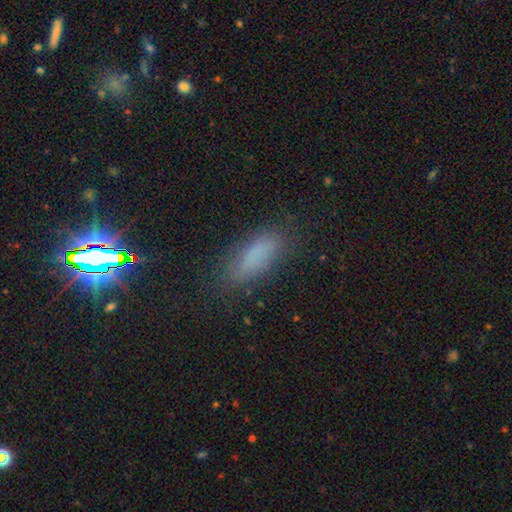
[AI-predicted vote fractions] Smooth or featured: smooth — 73% (star or artifact — 18%)
How rounded: in between — 67% (cigar-shaped — 30%)
Merging: none — 78% (minor disturbance — 15%)